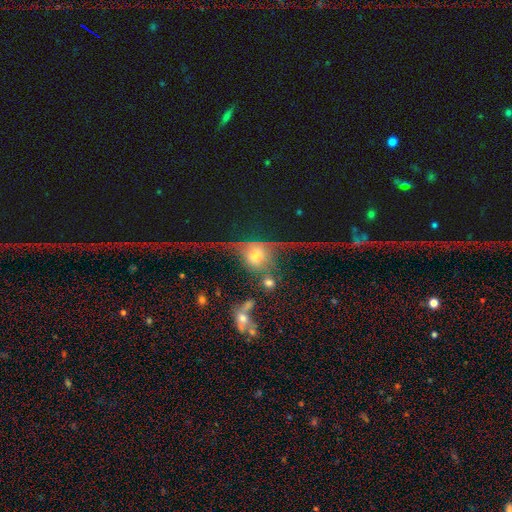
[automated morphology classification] This appears to be a featured or disk galaxy (62%). Merging: major disturbance (35%).